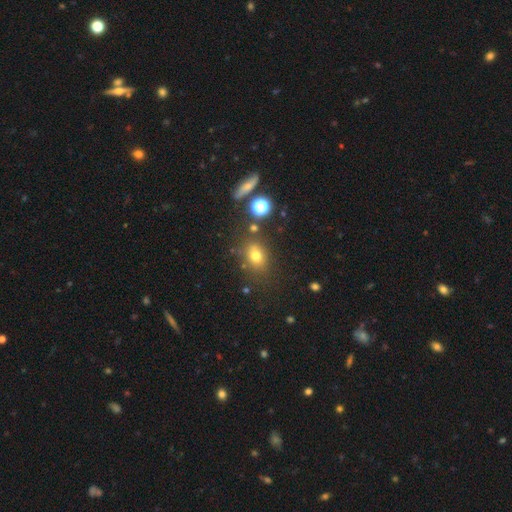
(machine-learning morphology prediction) A smooth galaxy with no disk features (71%) that is in between round and cigar-shaped (55%). Merging: none (73%).